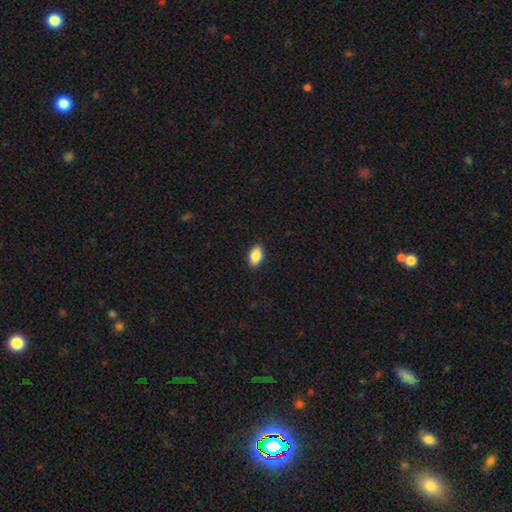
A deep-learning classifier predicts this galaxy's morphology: This appears to be a smooth galaxy with no disk features (86%) that is in between round and cigar-shaped (91%). Merging: none (90%).